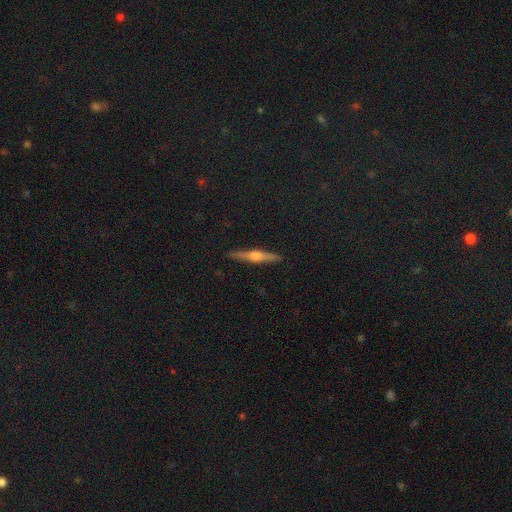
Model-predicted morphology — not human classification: smooth-or-featured: featured or disk: 73% | smooth: 20% | star or artifact: 7%
  disk-edge-on: yes: 98% | no: 2%
    edge-on-bulge: rounded: 91% | boxy: 5% | none: 4%
  merging: none: 91% | minor disturbance: 6% | major disturbance: 1% | merger: 1%